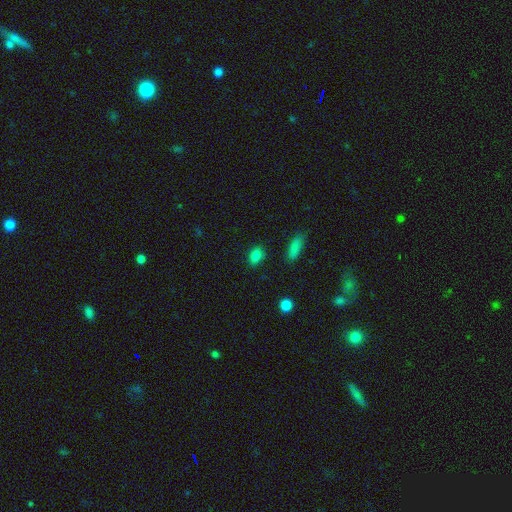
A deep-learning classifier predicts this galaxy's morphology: A smooth galaxy with no disk features (84%) that is in between round and cigar-shaped (75%).

Vote fractions:
- Smooth or featured? smooth: 84% / star or artifact: 11% / featured or disk: 5%
- How rounded? in between: 75% / round: 22% / cigar-shaped: 3%
- Merging? none: 85% / minor disturbance: 10% / major disturbance: 3% / merger: 2%